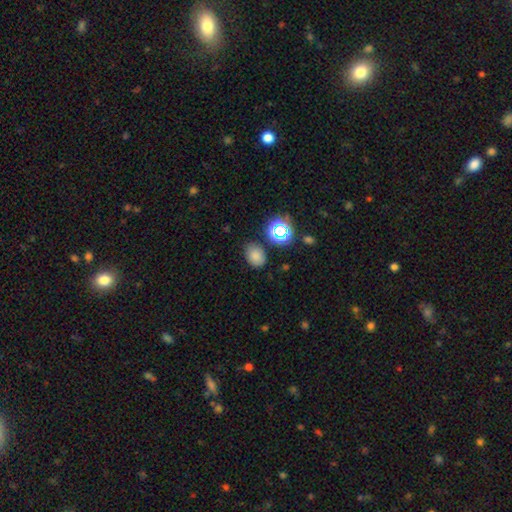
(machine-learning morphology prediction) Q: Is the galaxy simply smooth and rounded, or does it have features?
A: smooth — 76%.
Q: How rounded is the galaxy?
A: in between — 63%.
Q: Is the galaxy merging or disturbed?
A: none — 79%.